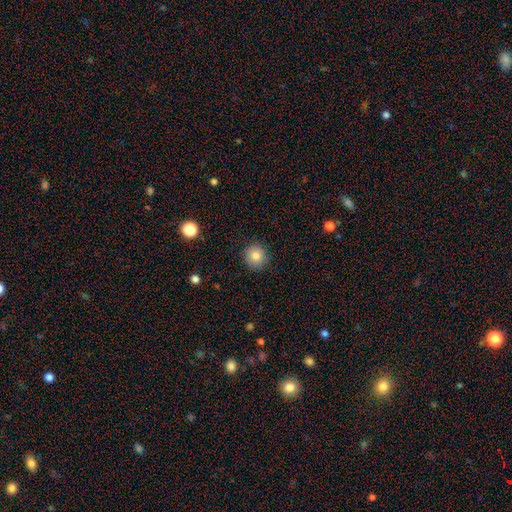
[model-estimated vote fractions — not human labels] Smooth or featured?
  - smooth: 83% *
  - star or artifact: 10%
  - featured or disk: 7%
How rounded?
  - round: 93% *
  - in between: 6%
  - cigar-shaped: 1%
Merging?
  - none: 90% *
  - minor disturbance: 7%
  - major disturbance: 2%
  - merger: 1%